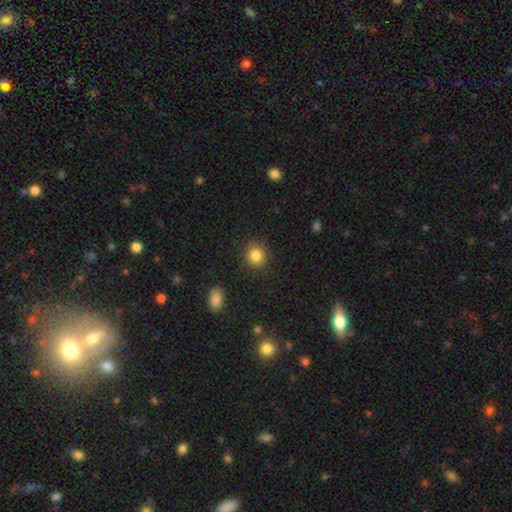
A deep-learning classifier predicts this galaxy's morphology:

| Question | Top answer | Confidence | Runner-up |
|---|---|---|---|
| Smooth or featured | smooth | 85% | star or artifact (10%) |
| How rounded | round | 86% | in between (13%) |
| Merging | none | 90% | minor disturbance (6%) |